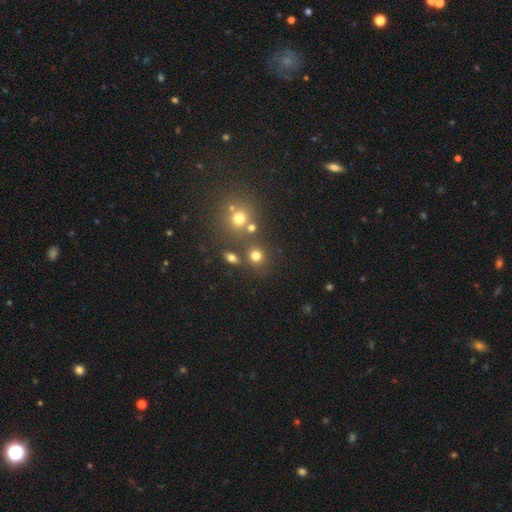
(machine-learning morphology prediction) Q: Smooth or featured?
A: smooth (75%); runner-up: star or artifact (17%)
Q: How rounded?
A: round (83%); runner-up: in between (16%)
Q: Merging?
A: none (70%); runner-up: merger (16%)